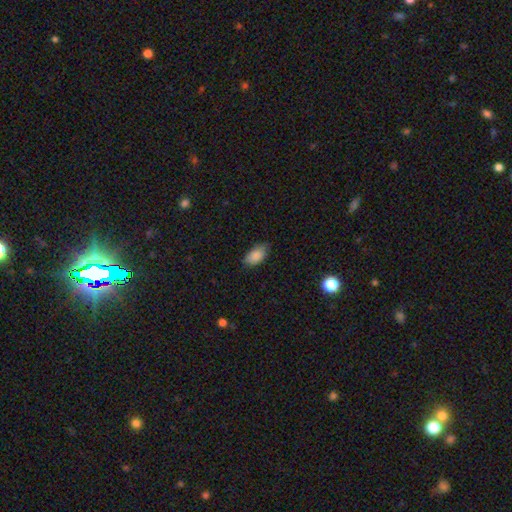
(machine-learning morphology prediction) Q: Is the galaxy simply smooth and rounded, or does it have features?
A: smooth — 87%.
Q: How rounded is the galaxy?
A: in between — 93%.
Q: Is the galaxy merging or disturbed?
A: none — 75%.